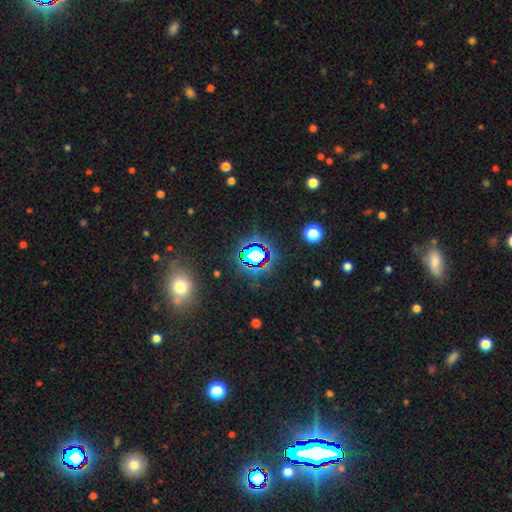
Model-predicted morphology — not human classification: smooth_or_featured: star or artifact (p=0.73) [alt: smooth p=0.16]